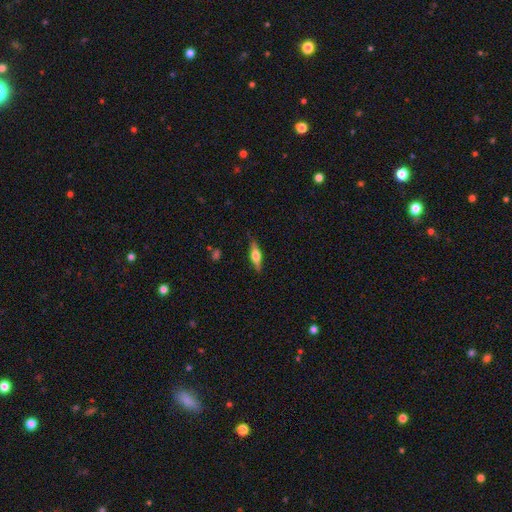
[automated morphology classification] A featured or disk galaxy (57%) viewed edge-on (95%) with a rounded central bulge (91%).

Vote fractions:
- Smooth or featured? featured or disk: 57% / smooth: 37% / star or artifact: 6%
- Edge-on disk? yes: 95% / no: 5%
- Edge-on bulge? rounded: 91% / boxy: 7% / none: 2%
- Merging? none: 84% / minor disturbance: 12% / major disturbance: 3% / merger: 1%